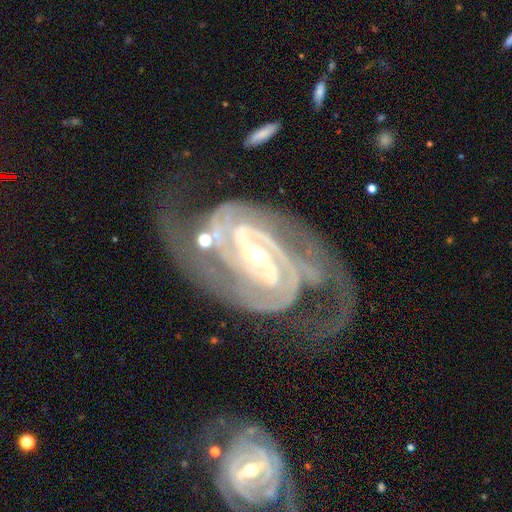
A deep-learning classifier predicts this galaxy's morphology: Smooth or featured? Predicted: featured or disk (p=0.93). Edge-on disk? Predicted: no (p=0.97). Bar? Predicted: strong (p=0.55). Spiral arms? Predicted: yes (p=0.99). Spiral winding? Predicted: tight (p=0.56). Spiral arm count? Predicted: 2 (p=0.61). Bulge size? Predicted: small (p=0.61). Merging? Predicted: none (p=0.55).